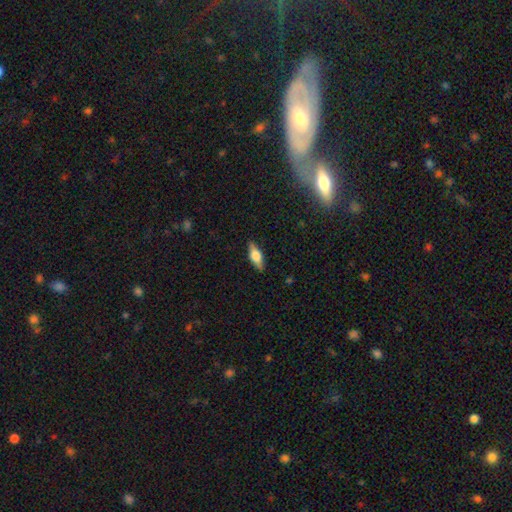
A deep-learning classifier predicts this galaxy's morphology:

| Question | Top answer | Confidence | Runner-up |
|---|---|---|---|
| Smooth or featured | smooth | 51% | featured or disk (42%) |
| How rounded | in between | 67% | cigar-shaped (29%) |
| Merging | none | 87% | minor disturbance (10%) |